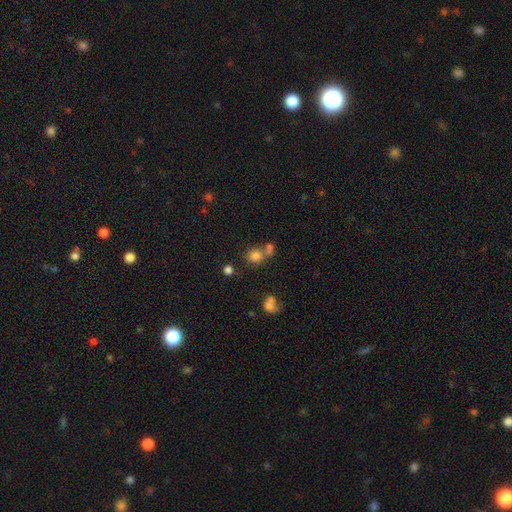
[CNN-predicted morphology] Smooth or featured? Predicted: smooth (p=0.77). How rounded? Predicted: round (p=0.82). Merging? Predicted: none (p=0.52).